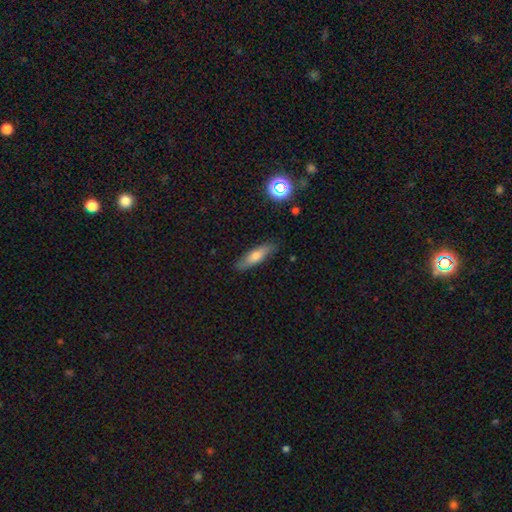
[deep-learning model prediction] Morphology: type=smooth (65%); roundness=cigar-shaped (61%); merging=none (85%).